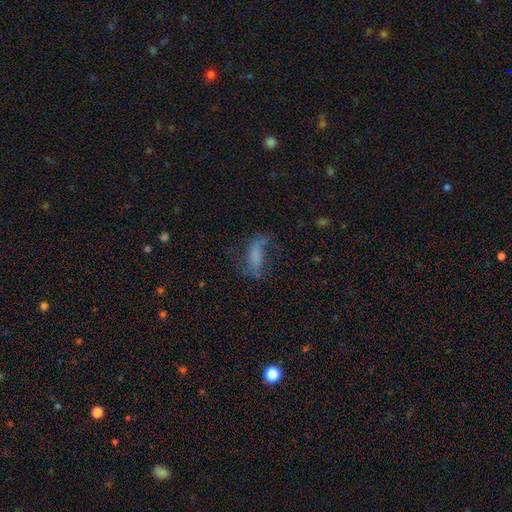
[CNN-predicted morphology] smooth-or-featured: smooth: 54% | featured or disk: 31% | star or artifact: 15%
  how-rounded: in between: 67% | cigar-shaped: 29% | round: 4%
  merging: none: 44% | major disturbance: 28% | minor disturbance: 24% | merger: 4%